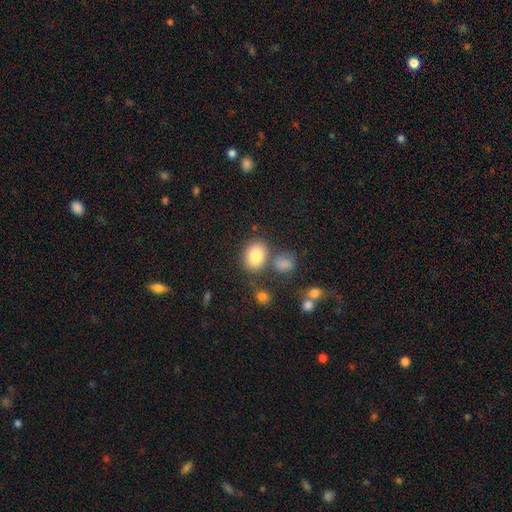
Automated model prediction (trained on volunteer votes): This is clearly a smooth galaxy (81%). How rounded: possibly in between (59%). Merging: likely none (69%).